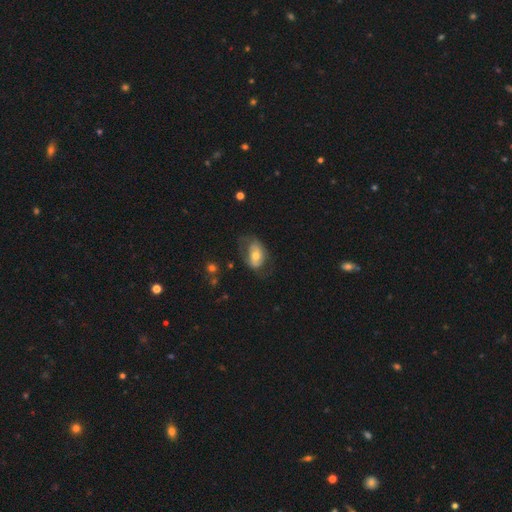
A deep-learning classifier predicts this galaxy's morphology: This is possibly a smooth galaxy (51%). How rounded: clearly in between (86%). Merging: possibly none (47%).